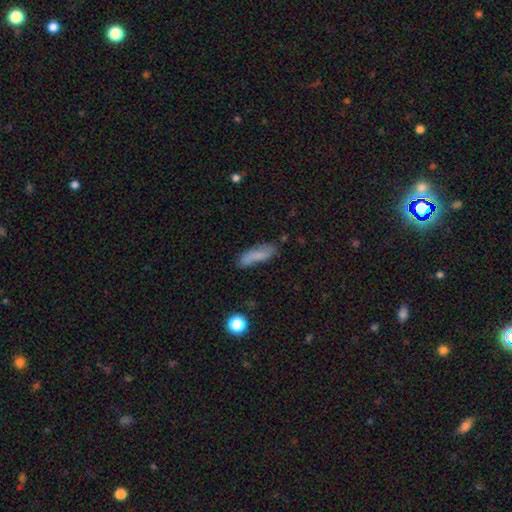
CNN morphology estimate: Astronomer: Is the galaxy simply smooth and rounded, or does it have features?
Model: smooth — 77%.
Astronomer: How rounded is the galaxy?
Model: cigar-shaped — 51% (runner-up: in between, 46%).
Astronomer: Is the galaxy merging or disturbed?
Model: none — 67%.